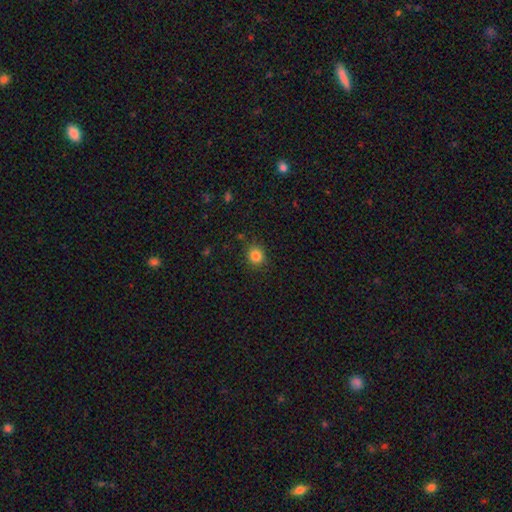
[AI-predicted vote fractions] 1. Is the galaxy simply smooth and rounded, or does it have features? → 83% smooth, 12% star or artifact, 5% featured or disk.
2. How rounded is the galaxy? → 83% round, 17% in between, 1% cigar-shaped.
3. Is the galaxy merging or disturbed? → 87% none, 9% minor disturbance, 3% major disturbance, 2% merger.